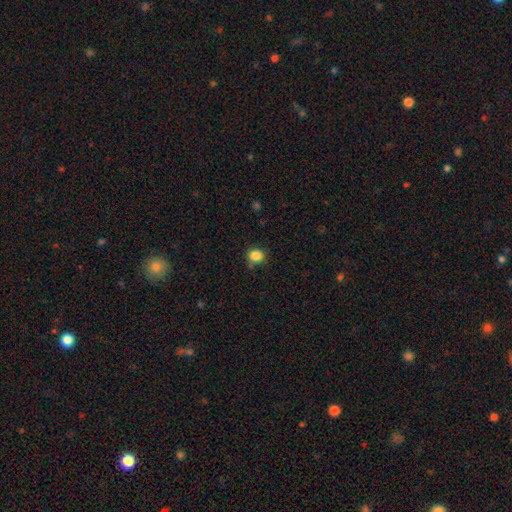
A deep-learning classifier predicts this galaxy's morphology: The model was most divided on "merging": none: 78%, minor disturbance: 15%, major disturbance: 3%, merger: 3%. More confident: smooth or featured — smooth (85%); how rounded — round (81%).